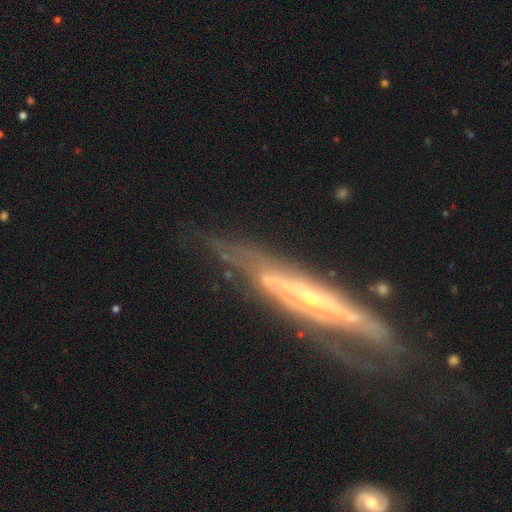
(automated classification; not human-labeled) Smooth or featured? Predicted: featured or disk (p=0.83). Edge-on disk? Predicted: yes (p=0.56). Merging? Predicted: none (p=0.63).